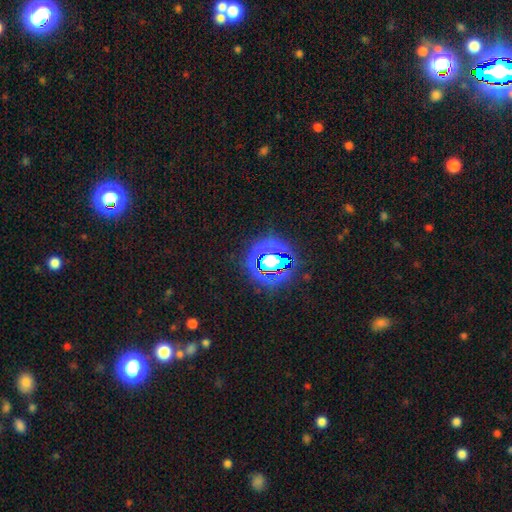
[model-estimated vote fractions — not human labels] Smooth or featured: star or artifact — 81% (smooth — 12%)